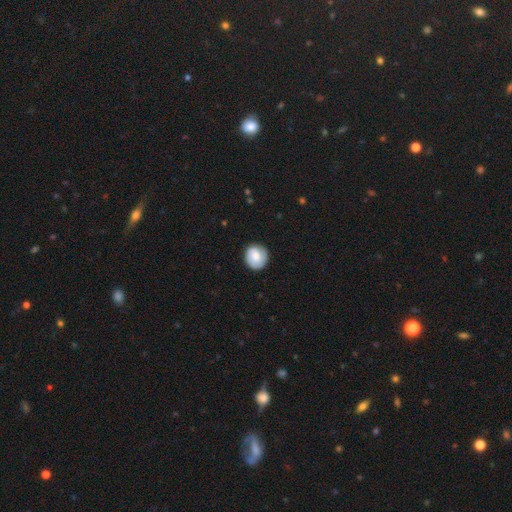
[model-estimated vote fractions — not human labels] A smooth galaxy with no disk features (59%) that is round (86%).

Vote fractions:
- Smooth or featured? smooth: 59% / featured or disk: 34% / star or artifact: 7%
- How rounded? round: 86% / in between: 13% / cigar-shaped: 1%
- Merging? none: 85% / minor disturbance: 12% / major disturbance: 3% / merger: 1%